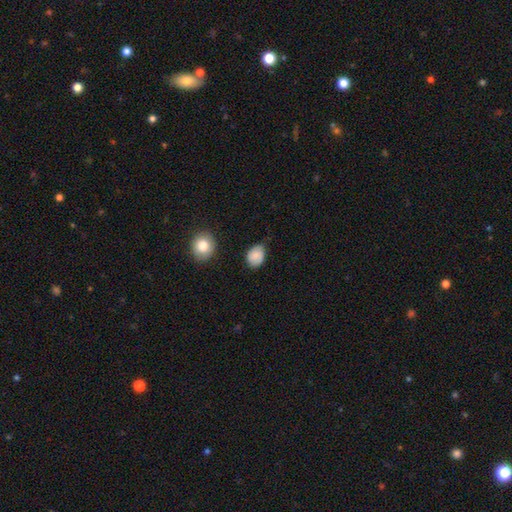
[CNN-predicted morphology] The model was most divided on "how rounded": in between: 61%, round: 38%, cigar-shaped: 1%. More confident: smooth or featured — smooth (83%); merging — none (64%).